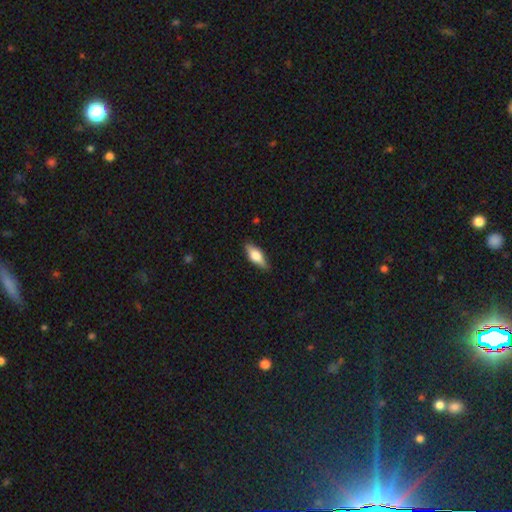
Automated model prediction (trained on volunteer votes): Morphology: type=smooth (54%); roundness=in between (65%); merging=none (85%).